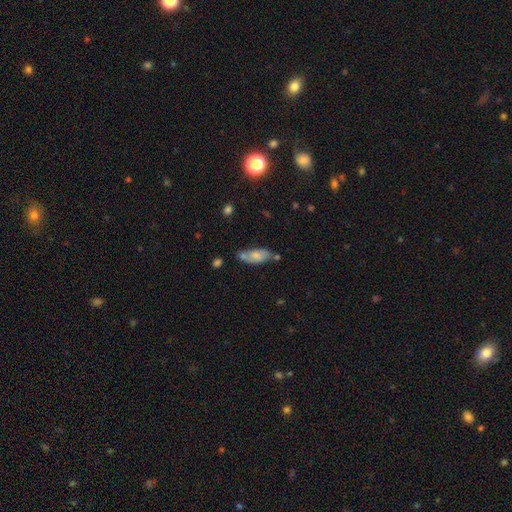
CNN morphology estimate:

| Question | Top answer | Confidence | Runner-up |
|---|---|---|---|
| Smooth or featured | smooth | 69% | featured or disk (23%) |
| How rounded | in between | 80% | cigar-shaped (18%) |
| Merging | none | 51% | minor disturbance (22%) |